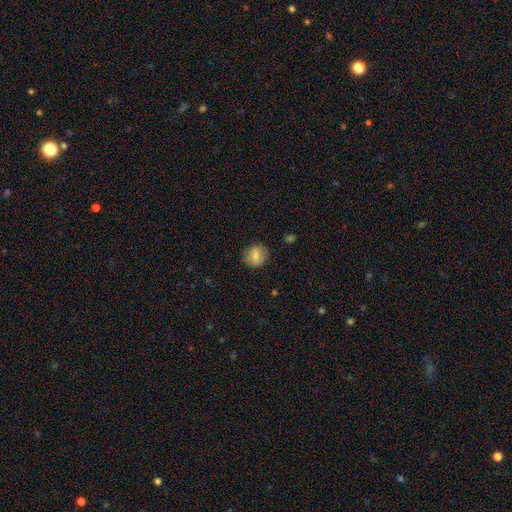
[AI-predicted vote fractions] Smooth or featured? Predicted: smooth (p=0.78). How rounded? Predicted: round (p=0.80). Merging? Predicted: none (p=0.85).